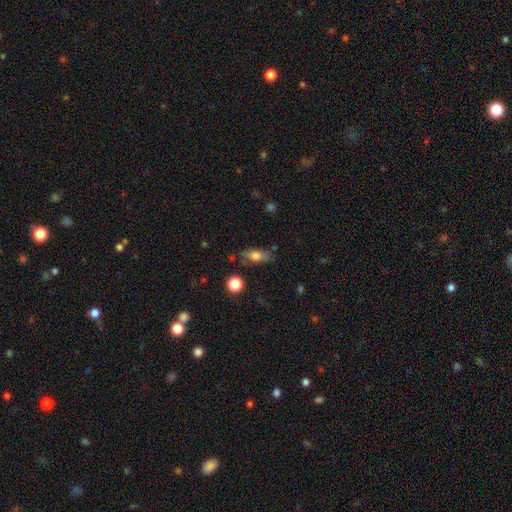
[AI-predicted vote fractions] Smooth or featured: smooth — 73% (featured or disk — 18%)
How rounded: in between — 78% (cigar-shaped — 15%)
Merging: none — 73% (minor disturbance — 18%)